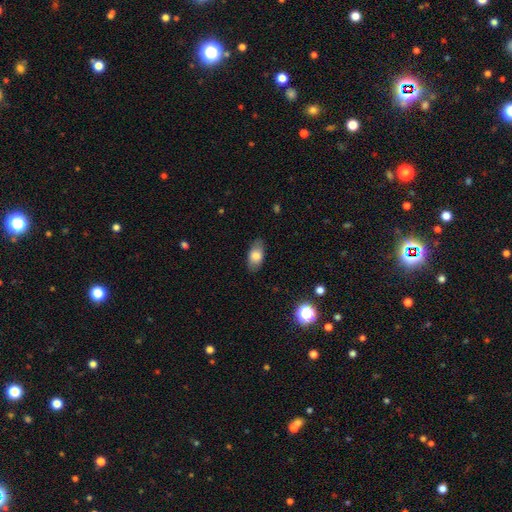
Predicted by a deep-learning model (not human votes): Smooth or featured? Predicted: smooth (p=0.80). How rounded? Predicted: in between (p=0.90). Merging? Predicted: none (p=0.83).